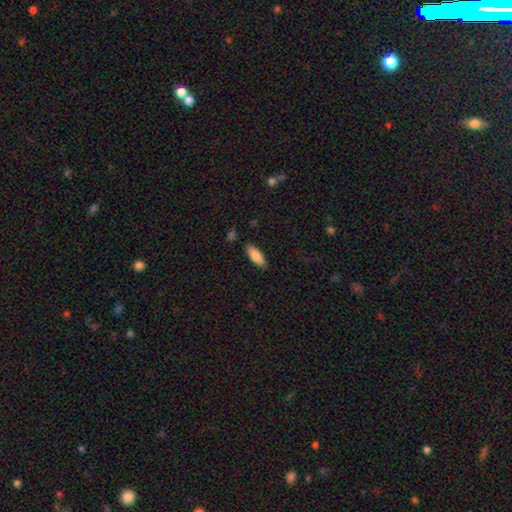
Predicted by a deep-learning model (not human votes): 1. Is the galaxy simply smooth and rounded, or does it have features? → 85% smooth, 9% featured or disk, 6% star or artifact.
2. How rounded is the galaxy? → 74% in between, 24% cigar-shaped, 2% round.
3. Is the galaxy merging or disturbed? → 85% none, 11% minor disturbance, 2% major disturbance, 2% merger.